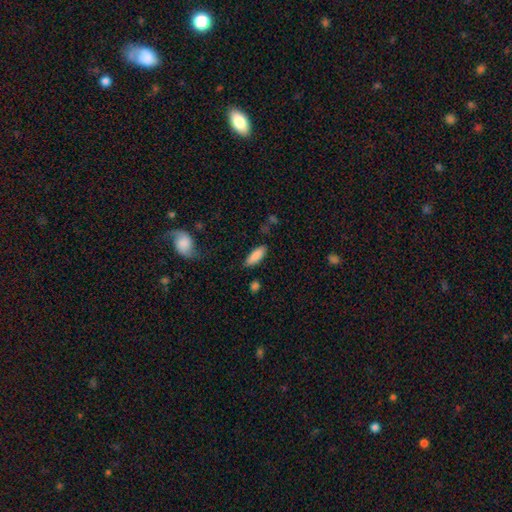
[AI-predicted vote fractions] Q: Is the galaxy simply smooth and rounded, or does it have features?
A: smooth — 87%.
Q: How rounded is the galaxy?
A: in between — 63%.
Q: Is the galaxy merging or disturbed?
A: none — 82%.